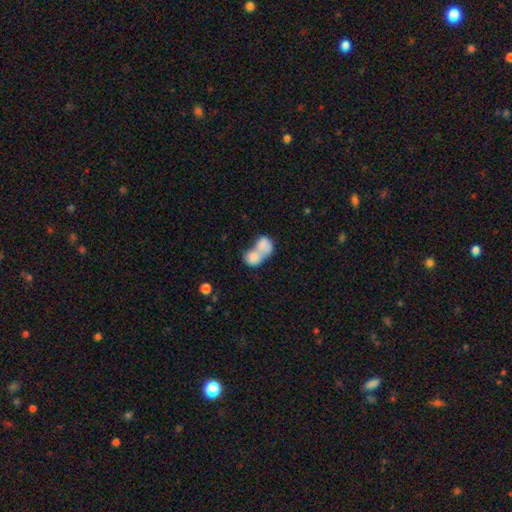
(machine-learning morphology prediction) Smooth or featured: smooth — 78% (featured or disk — 15%)
How rounded: in between — 54% (round — 44%)
Merging: merger — 80% (none — 12%)